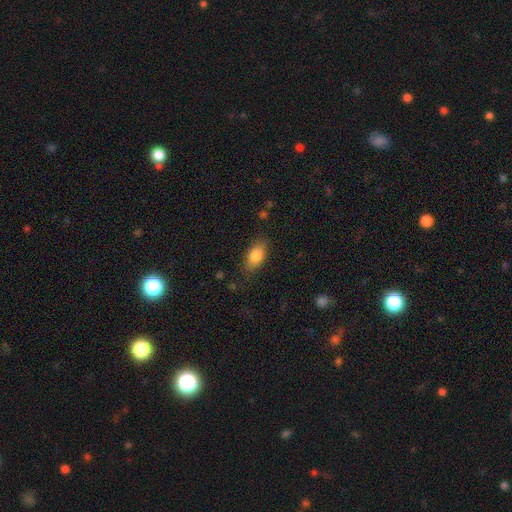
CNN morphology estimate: A smooth galaxy with no disk features (82%) that is in between round and cigar-shaped (88%).

Vote fractions:
- Smooth or featured? smooth: 82% / featured or disk: 11% / star or artifact: 7%
- How rounded? in between: 88% / cigar-shaped: 6% / round: 6%
- Merging? none: 80% / minor disturbance: 15% / major disturbance: 4% / merger: 1%